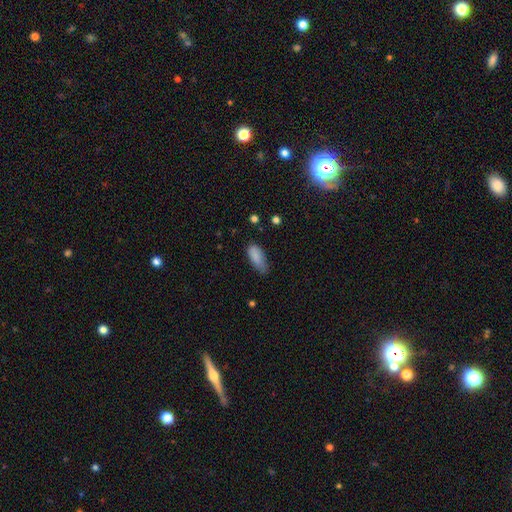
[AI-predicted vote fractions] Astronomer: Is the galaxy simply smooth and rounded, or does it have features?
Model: smooth — 85%.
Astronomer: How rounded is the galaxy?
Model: in between — 80%.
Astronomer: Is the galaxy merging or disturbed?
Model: none — 47% (runner-up: minor disturbance, 40%).